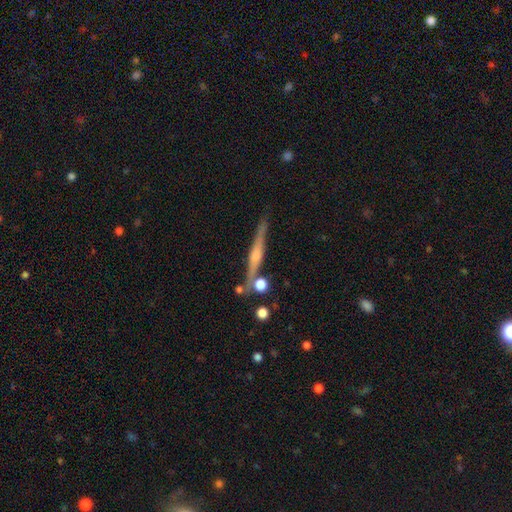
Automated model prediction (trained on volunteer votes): A featured or disk galaxy (73%) viewed edge-on (97%) with a rounded central bulge (65%).

Vote fractions:
- Smooth or featured? featured or disk: 73% / smooth: 19% / star or artifact: 8%
- Edge-on disk? yes: 97% / no: 3%
- Edge-on bulge? rounded: 65% / none: 18% / boxy: 17%
- Merging? none: 81% / minor disturbance: 10% / merger: 6% / major disturbance: 3%